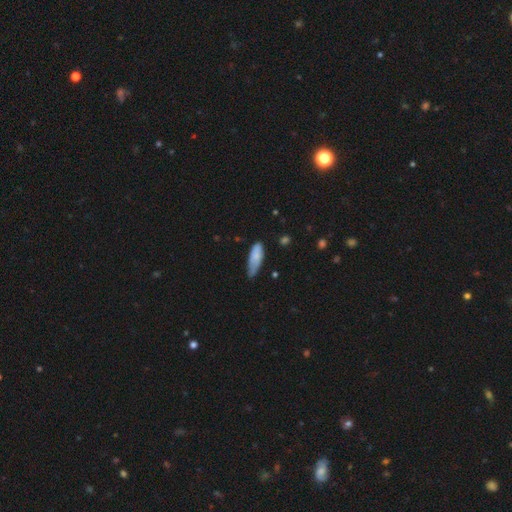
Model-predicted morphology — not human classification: The model was most divided on "merging": none: 44%, minor disturbance: 43%, major disturbance: 10%, merger: 3%. More confident: smooth or featured — smooth (79%); how rounded — in between (62%).